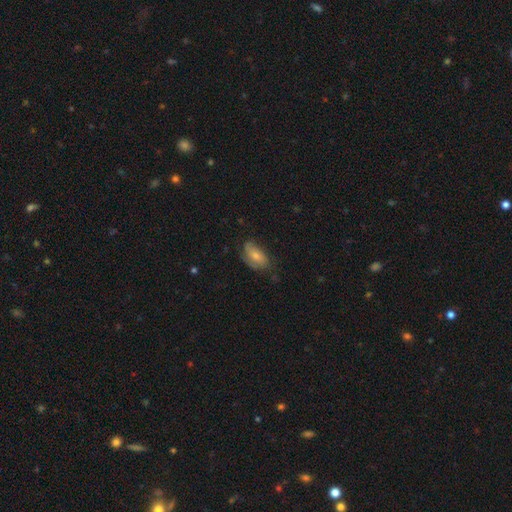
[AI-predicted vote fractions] smooth 58%, featured or disk 35%, star or artifact 7%. Down the decision tree: how rounded — in between (89%); merging — none (57%).